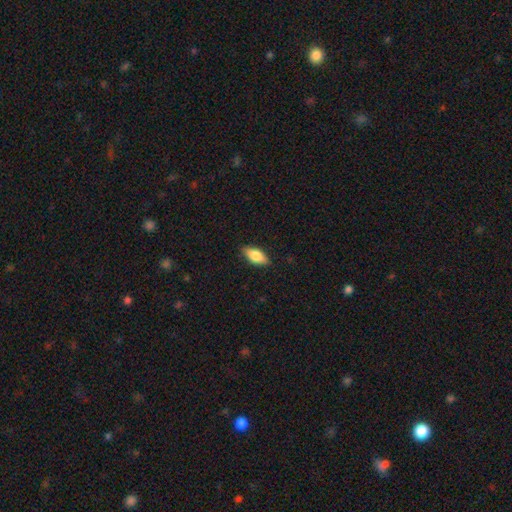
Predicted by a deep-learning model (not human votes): Morphology: type=smooth (74%); roundness=in between (84%); merging=none (86%).